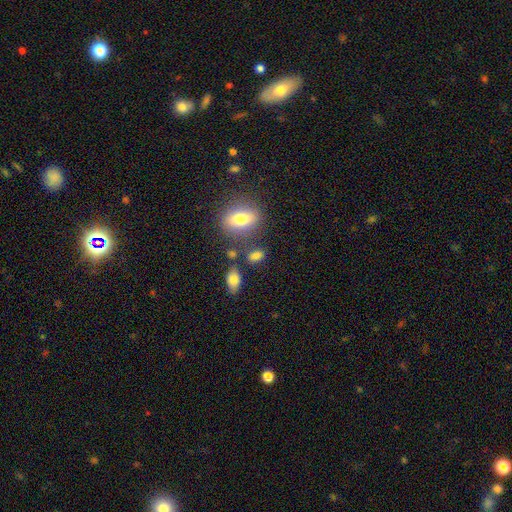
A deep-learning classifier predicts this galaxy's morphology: This is likely a smooth galaxy (79%). How rounded: likely in between (78%). Merging: likely none (67%).